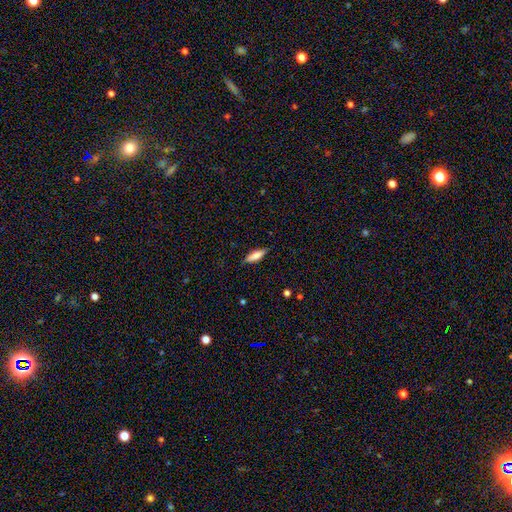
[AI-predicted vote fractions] Smooth or featured: smooth — 73% (featured or disk — 20%)
How rounded: cigar-shaped — 55% (in between — 43%)
Merging: none — 85% (minor disturbance — 12%)